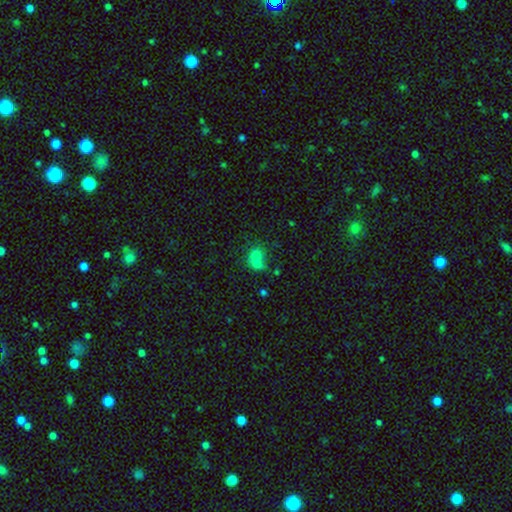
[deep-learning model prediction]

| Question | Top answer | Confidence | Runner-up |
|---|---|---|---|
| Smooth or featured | smooth | 69% | featured or disk (17%) |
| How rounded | round | 75% | in between (24%) |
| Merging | merger | 61% | none (30%) |